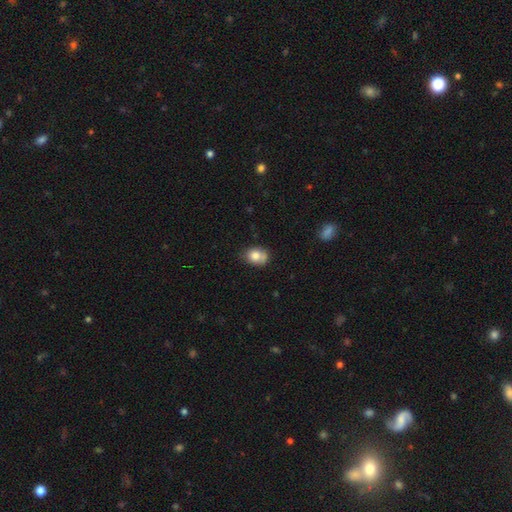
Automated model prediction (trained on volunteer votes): Q: Smooth or featured?
A: smooth (78%); runner-up: featured or disk (13%)
Q: How rounded?
A: in between (60%); runner-up: round (39%)
Q: Merging?
A: none (56%); runner-up: minor disturbance (29%)